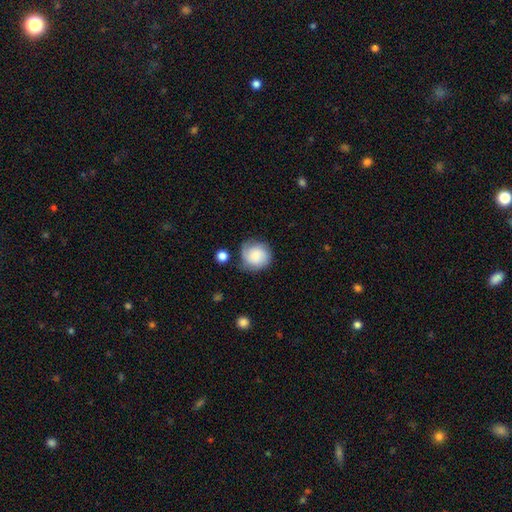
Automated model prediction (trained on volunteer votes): Smooth or featured: smooth — 57% (featured or disk — 34%)
How rounded: round — 86% (in between — 13%)
Merging: none — 66% (minor disturbance — 22%)